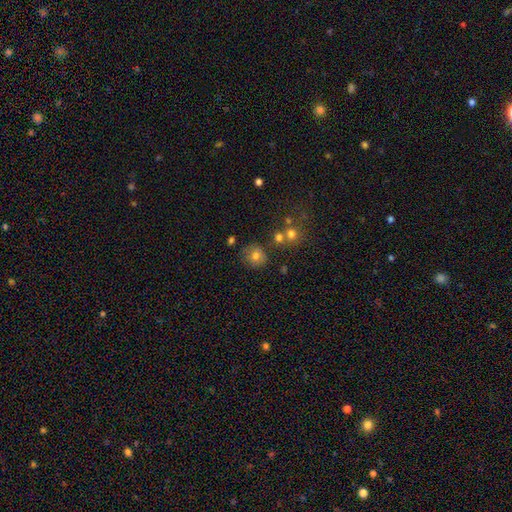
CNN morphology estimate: A smooth galaxy with no disk features (75%) that is round (87%).

Vote fractions:
- Smooth or featured? smooth: 75% / star or artifact: 14% / featured or disk: 11%
- How rounded? round: 87% / in between: 12% / cigar-shaped: 1%
- Merging? none: 76% / minor disturbance: 12% / merger: 8% / major disturbance: 4%